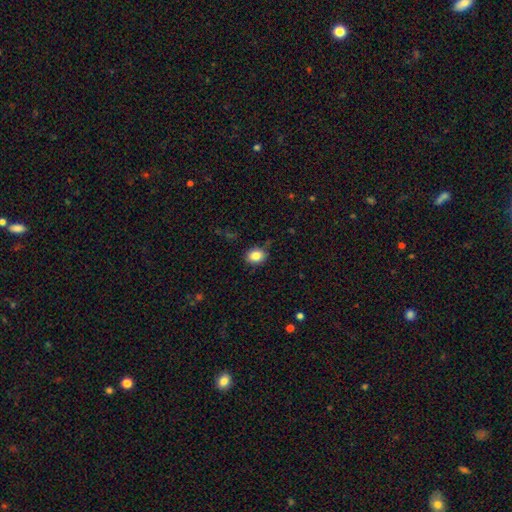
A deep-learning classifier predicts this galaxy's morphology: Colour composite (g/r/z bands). It shows a smooth galaxy with no disk features (85%) that is round (51%). Merging: none (85%).